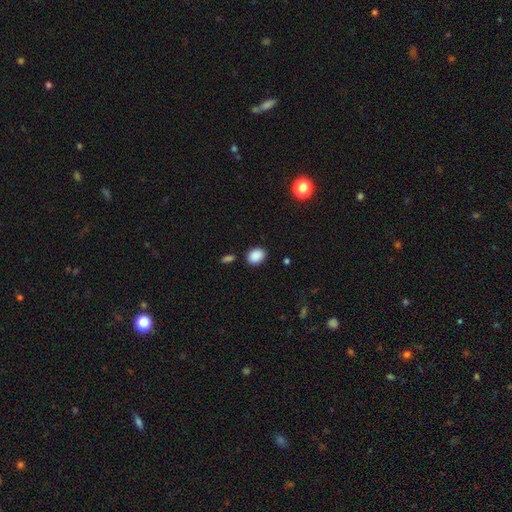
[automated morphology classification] Smooth or featured? Predicted: smooth (p=0.89). How rounded? Predicted: in between (p=0.64). Merging? Predicted: none (p=0.85).